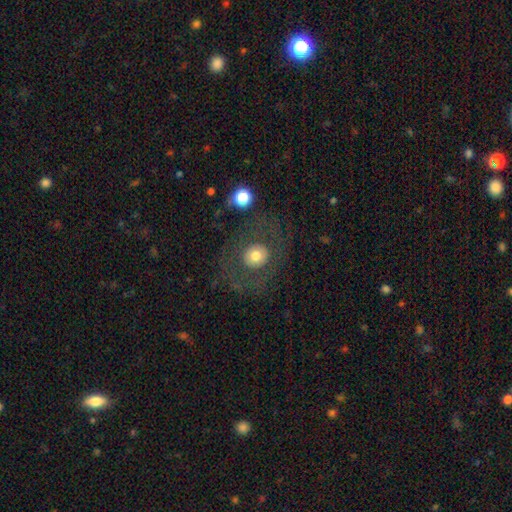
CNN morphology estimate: Q: Smooth or featured?
A: smooth (61%); runner-up: featured or disk (28%)
Q: How rounded?
A: round (80%); runner-up: in between (19%)
Q: Merging?
A: none (73%); runner-up: major disturbance (13%)